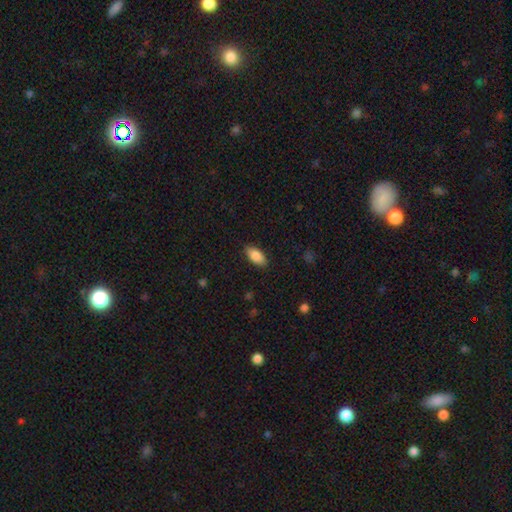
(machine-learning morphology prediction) The model was most divided on "merging": none: 88%, minor disturbance: 9%, major disturbance: 2%, merger: 1%. More confident: how rounded — in between (91%); smooth or featured — smooth (86%).